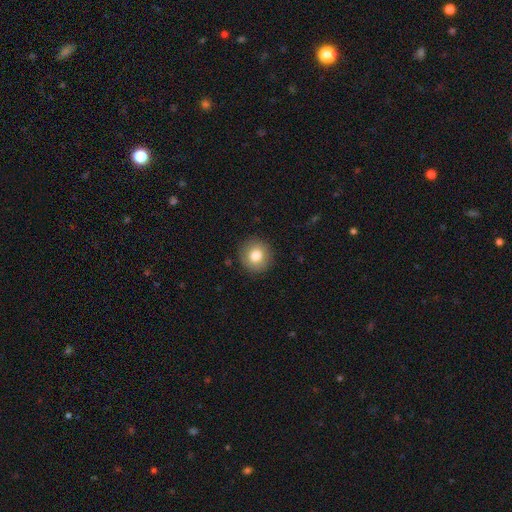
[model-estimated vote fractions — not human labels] Overall: smooth (80%). How rounded: round (93%). Merging: none (90%).